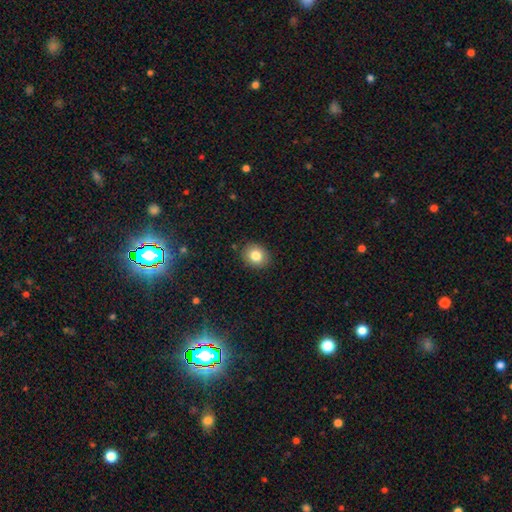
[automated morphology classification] Q: Smooth or featured?
A: smooth (82%); runner-up: star or artifact (10%)
Q: How rounded?
A: round (60%); runner-up: in between (39%)
Q: Merging?
A: none (88%); runner-up: minor disturbance (9%)